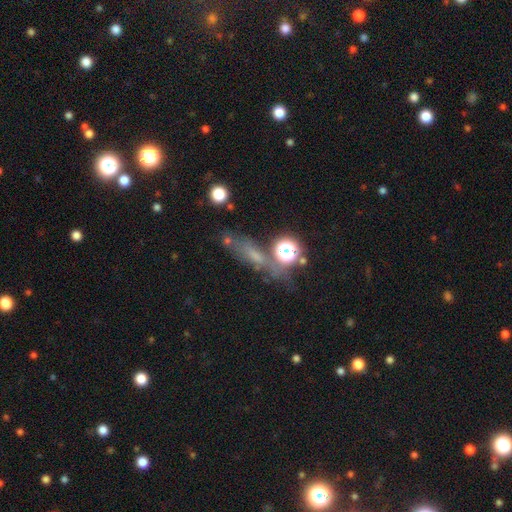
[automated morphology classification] Overall: smooth (42%; star or artifact 34%). Merging: none (55%; minor disturbance 18%).